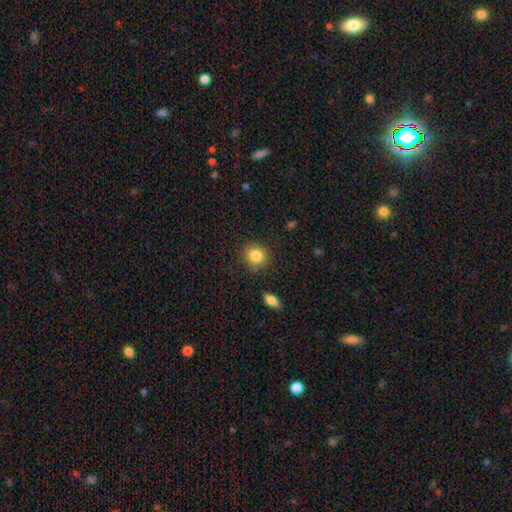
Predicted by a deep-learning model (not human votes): This appears to be a smooth galaxy with no disk features (85%) that is round (83%). Merging: none (86%).